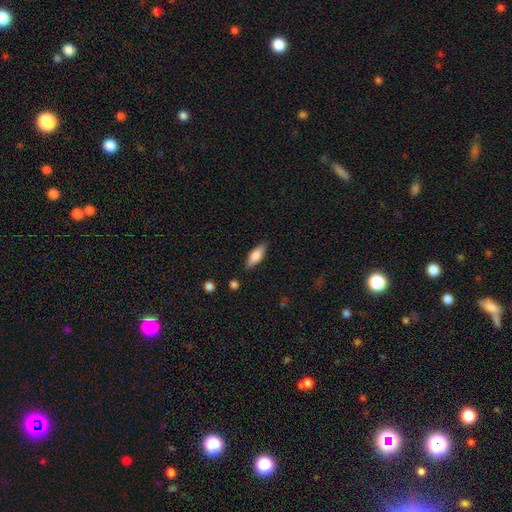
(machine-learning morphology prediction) This is likely a smooth galaxy (72%). How rounded: likely in between (61%). Merging: clearly none (84%).